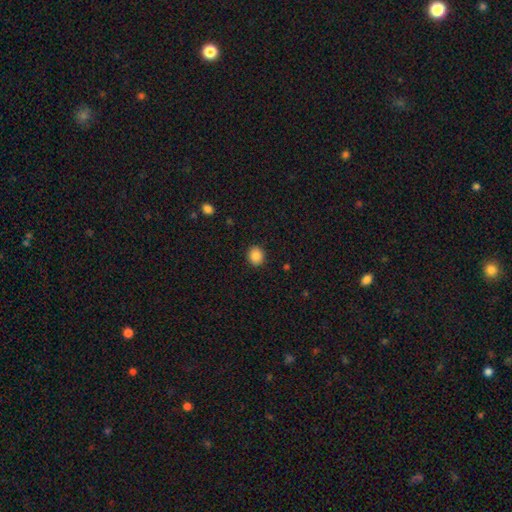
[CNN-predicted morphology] type=smooth (87%); roundness=round (76%); merging=none (90%).